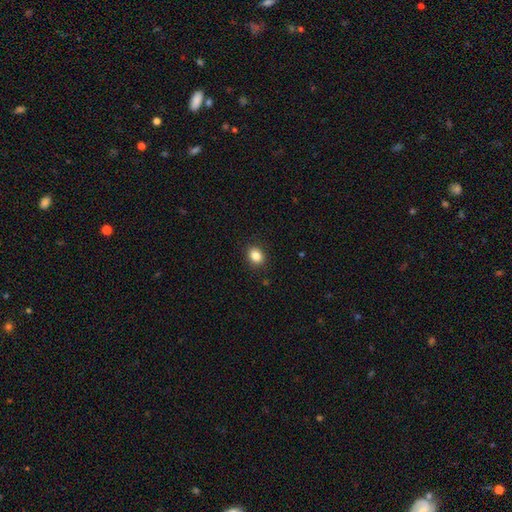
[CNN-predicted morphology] Q: Smooth or featured?
A: smooth (85%); runner-up: star or artifact (10%)
Q: How rounded?
A: round (60%); runner-up: in between (40%)
Q: Merging?
A: none (90%); runner-up: minor disturbance (7%)